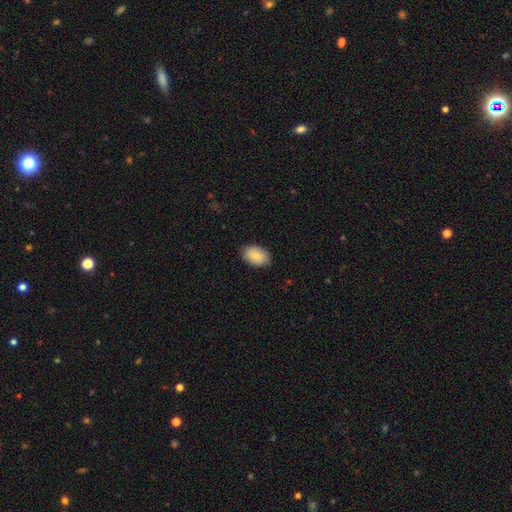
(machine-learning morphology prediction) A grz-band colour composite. It shows a smooth galaxy with no disk features (83%) that is in between round and cigar-shaped (86%). Merging: none (82%).